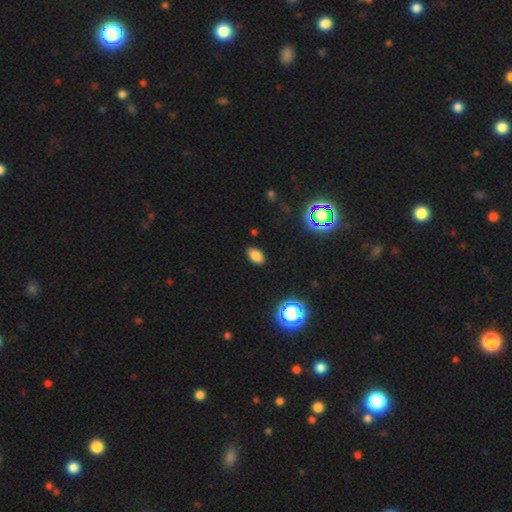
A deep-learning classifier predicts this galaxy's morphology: type=smooth (79%); roundness=in between (90%); merging=none (87%).